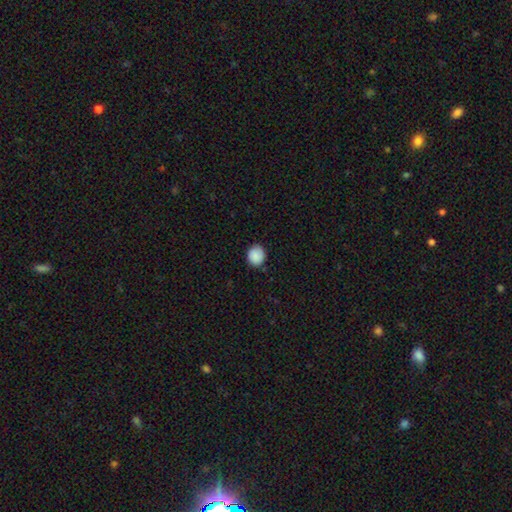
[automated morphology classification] Smooth or featured?
  - smooth: 88% *
  - star or artifact: 8%
  - featured or disk: 4%
How rounded?
  - round: 83% *
  - in between: 17%
  - cigar-shaped: 1%
Merging?
  - none: 85% *
  - minor disturbance: 11%
  - major disturbance: 2%
  - merger: 1%